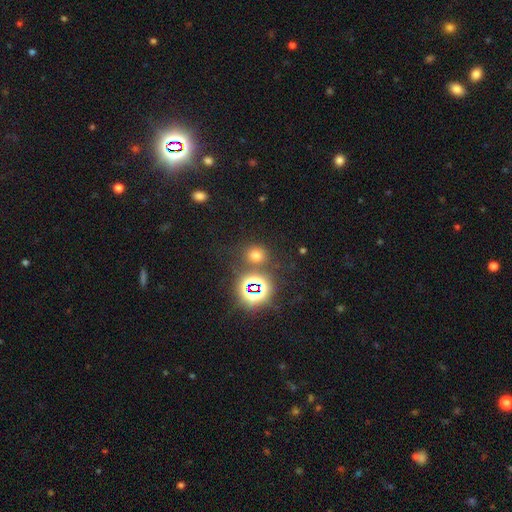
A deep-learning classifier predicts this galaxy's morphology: Smooth or featured? smooth (59%)
How rounded? round (76%)
Merging? none (76%)